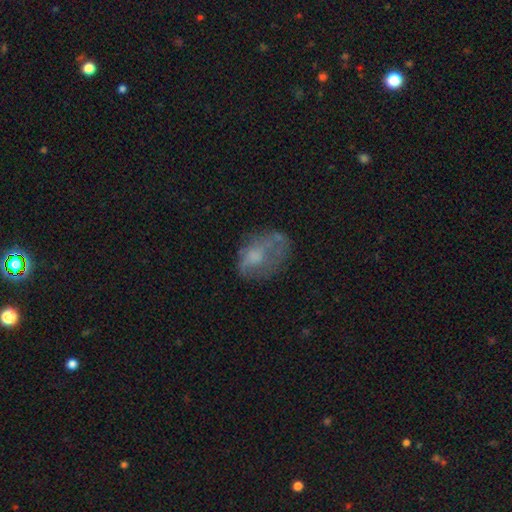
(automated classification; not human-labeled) smooth-or-featured: smooth: 47% | featured or disk: 42% | star or artifact: 11%
  merging: none: 40% | major disturbance: 30% | minor disturbance: 27% | merger: 4%